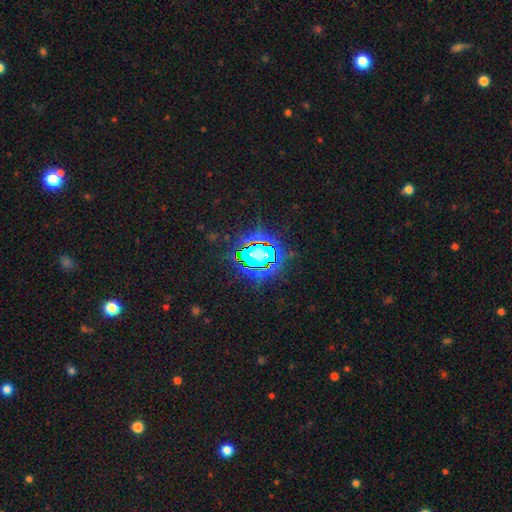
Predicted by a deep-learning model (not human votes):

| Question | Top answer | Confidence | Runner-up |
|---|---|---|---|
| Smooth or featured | star or artifact | 81% | smooth (12%) |